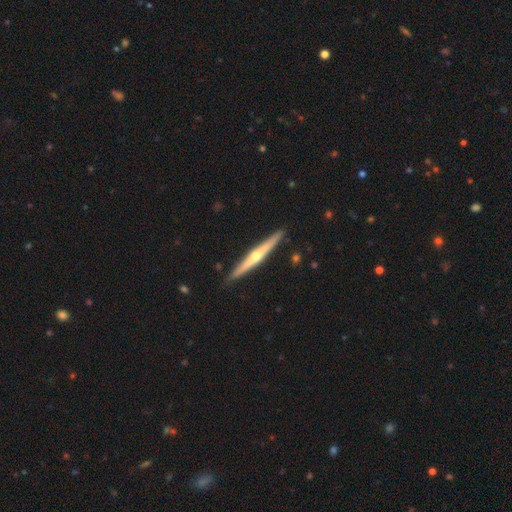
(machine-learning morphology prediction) A featured or disk galaxy (72%) viewed edge-on (98%) with a rounded central bulge (87%). Merging: none (91%).